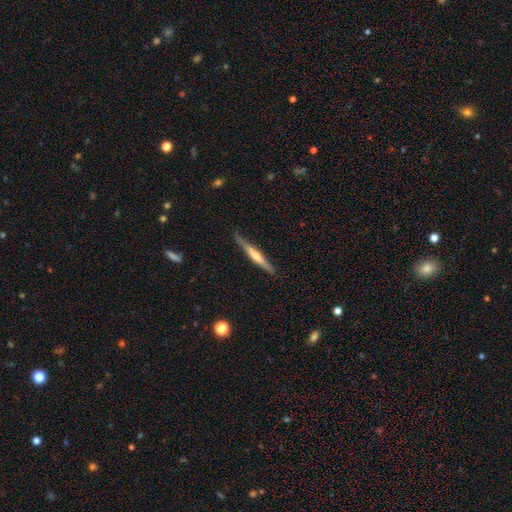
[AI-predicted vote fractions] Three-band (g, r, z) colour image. It shows a featured or disk galaxy (57%) viewed edge-on (96%) with a rounded central bulge (60%). Merging: none (81%).